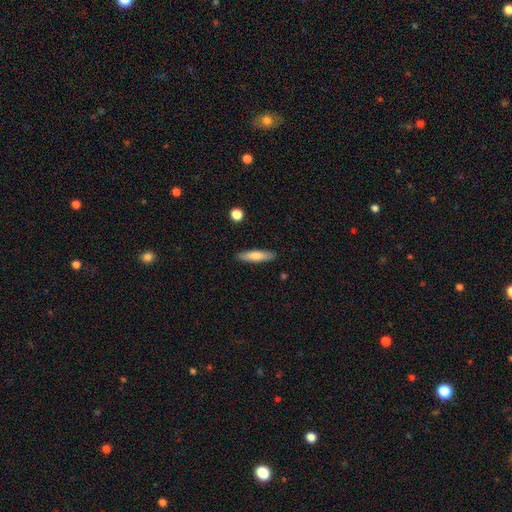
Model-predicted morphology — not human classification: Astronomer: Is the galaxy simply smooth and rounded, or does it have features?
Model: smooth — 74%.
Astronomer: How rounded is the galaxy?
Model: cigar-shaped — 76%.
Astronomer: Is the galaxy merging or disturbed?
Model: none — 89%.